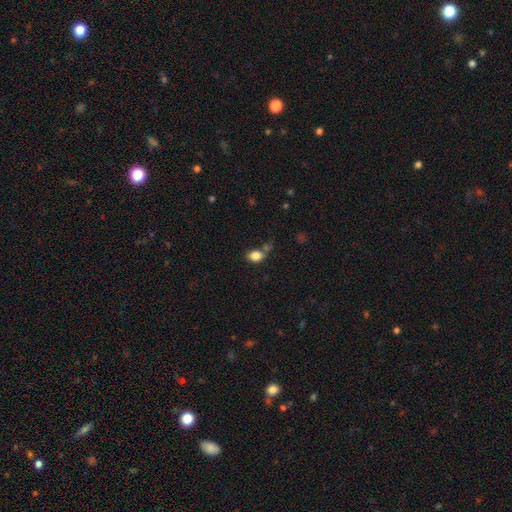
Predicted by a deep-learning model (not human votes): A smooth galaxy with no disk features (84%) that is in between round and cigar-shaped (72%). Merging: none (57%).